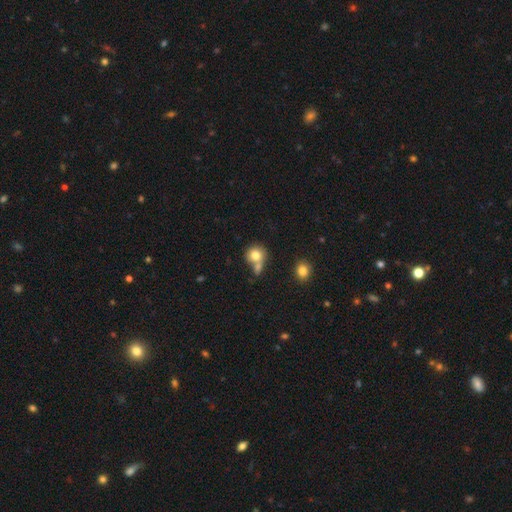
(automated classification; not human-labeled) This appears to be a smooth galaxy with no disk features (78%) that is round (84%). Merging: none (46%).